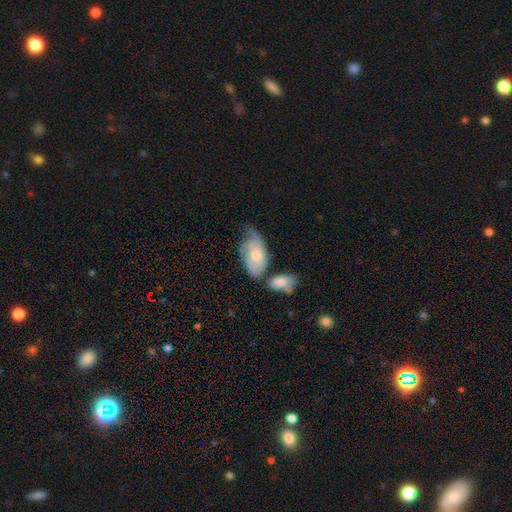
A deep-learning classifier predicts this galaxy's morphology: A smooth galaxy with no disk features (47%, tied with featured or disk). Merging: none (35%).